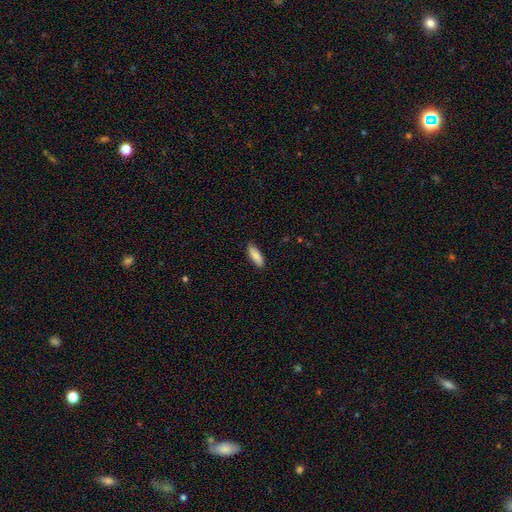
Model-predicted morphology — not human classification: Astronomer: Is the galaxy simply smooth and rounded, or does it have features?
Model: smooth — 86%.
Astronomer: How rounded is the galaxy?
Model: in between — 58% (runner-up: cigar-shaped, 40%).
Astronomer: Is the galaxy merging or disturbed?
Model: none — 85%.